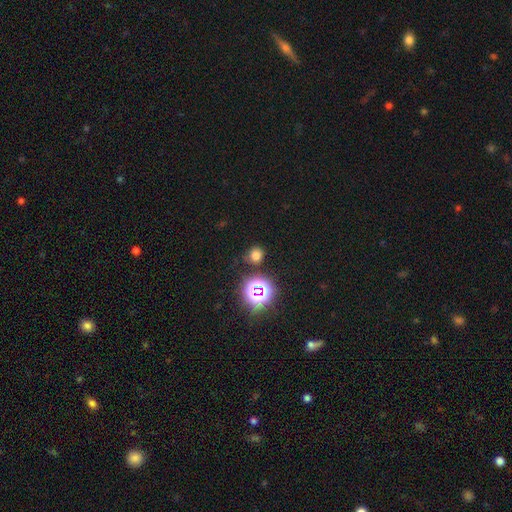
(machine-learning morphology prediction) A smooth galaxy with no disk features (68%) that is round (81%).

Vote fractions:
- Smooth or featured? smooth: 68% / star or artifact: 25% / featured or disk: 6%
- How rounded? round: 81% / in between: 18% / cigar-shaped: 1%
- Merging? none: 79% / minor disturbance: 13% / major disturbance: 4% / merger: 4%